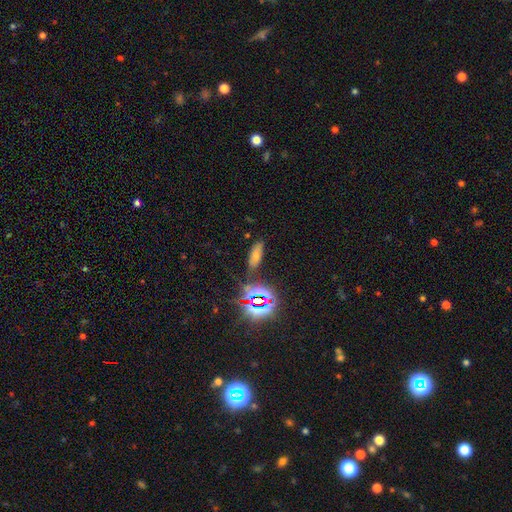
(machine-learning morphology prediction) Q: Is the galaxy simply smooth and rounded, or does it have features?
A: smooth — 60%.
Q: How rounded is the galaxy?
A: in between — 68%.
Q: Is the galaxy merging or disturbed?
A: none — 77%.